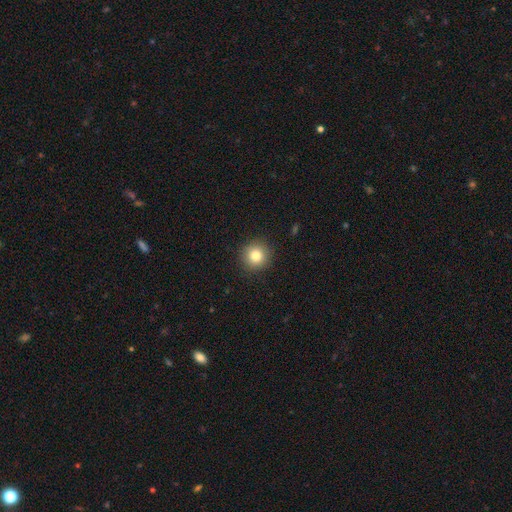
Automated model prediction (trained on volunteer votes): Smooth or featured?
  - smooth: 82% *
  - star or artifact: 11%
  - featured or disk: 7%
How rounded?
  - round: 94% *
  - in between: 5%
  - cigar-shaped: 1%
Merging?
  - none: 92% *
  - minor disturbance: 5%
  - major disturbance: 2%
  - merger: 1%